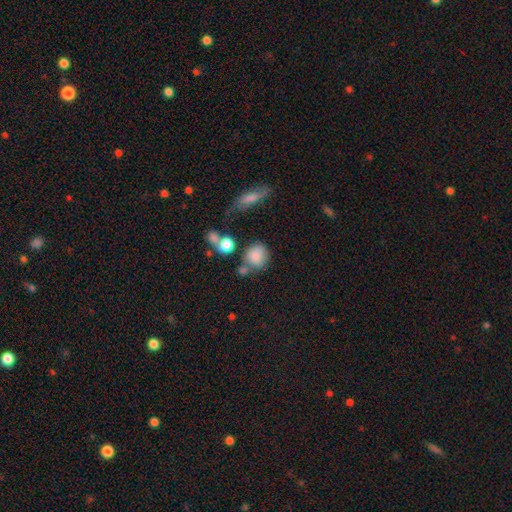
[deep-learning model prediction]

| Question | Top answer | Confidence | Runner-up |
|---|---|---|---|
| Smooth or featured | smooth | 82% | star or artifact (10%) |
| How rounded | round | 77% | in between (21%) |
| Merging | none | 57% | merger (18%) |